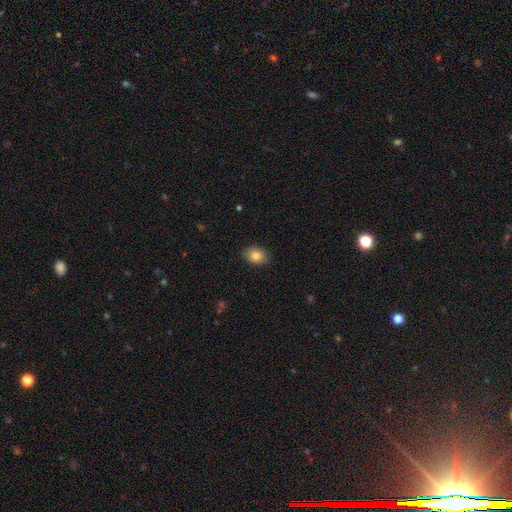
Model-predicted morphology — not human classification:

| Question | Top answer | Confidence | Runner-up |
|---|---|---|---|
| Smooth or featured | smooth | 85% | star or artifact (8%) |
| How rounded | in between | 69% | round (30%) |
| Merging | none | 88% | minor disturbance (9%) |